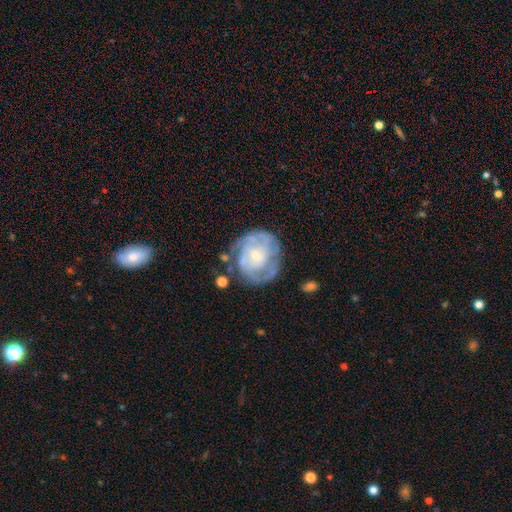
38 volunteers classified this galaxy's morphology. featured or disk 95%, smooth 3%, star or artifact 3%. Down the decision tree: edge-on disk — no (97%); bar — weak (49%); spiral arms — yes (97%); spiral arm count — can't tell (44%); spiral winding — tight (56%); bulge size — small (74%); merging — none (76%).